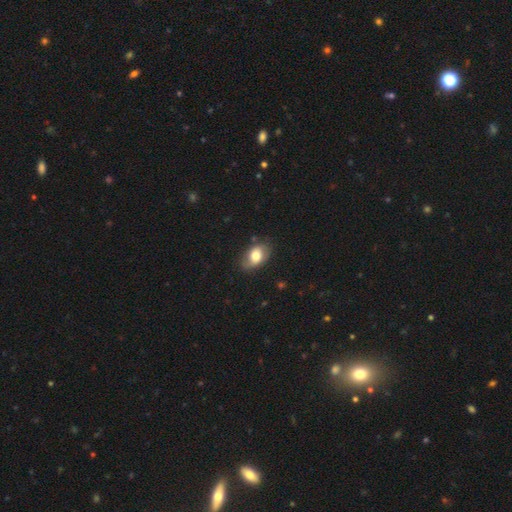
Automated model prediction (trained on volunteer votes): This appears to be a smooth galaxy with no disk features (74%) that is in between round and cigar-shaped (86%). Merging: none (73%).